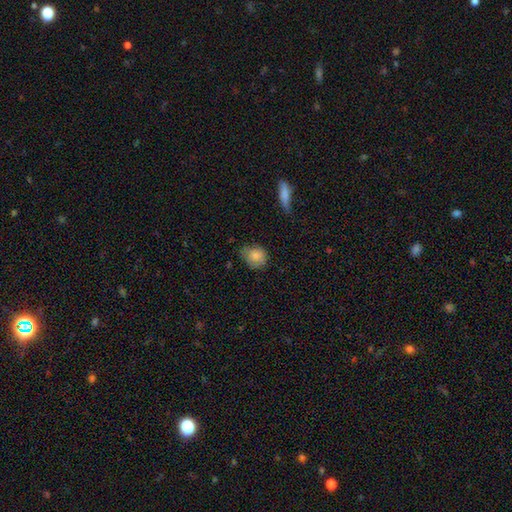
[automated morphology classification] A smooth galaxy with no disk features (82%) that is round (67%). Merging: none (58%).